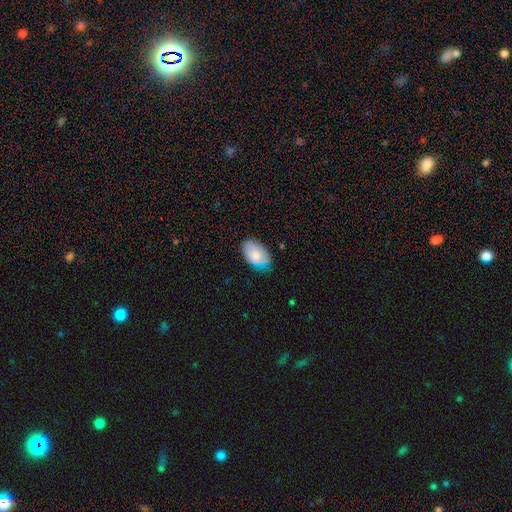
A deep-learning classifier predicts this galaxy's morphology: type=smooth (76%); roundness=in between (93%); merging=none (68%).